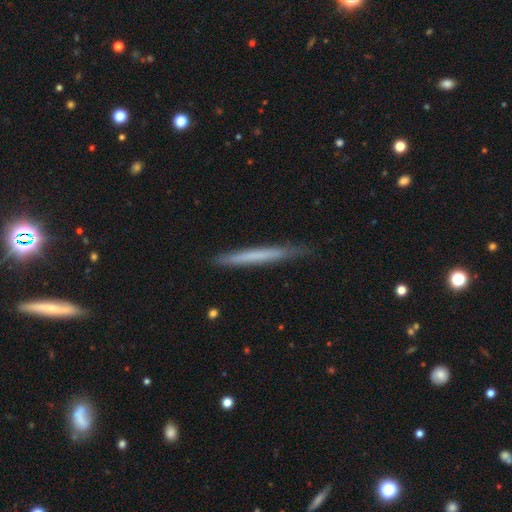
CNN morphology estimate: type=smooth (57%); roundness=cigar-shaped (97%); merging=none (85%).